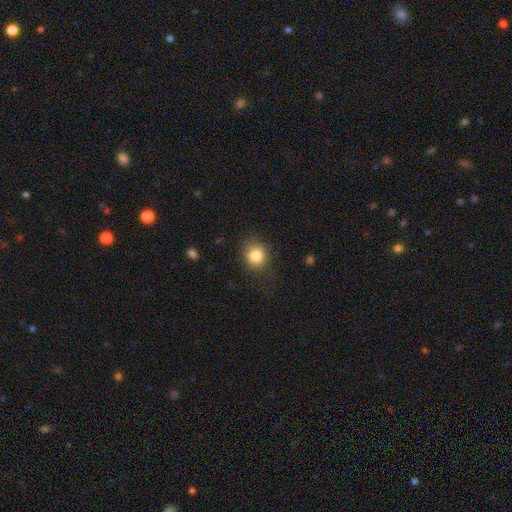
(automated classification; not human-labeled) Smooth or featured? smooth (83%)
How rounded? round (81%)
Merging? none (82%)